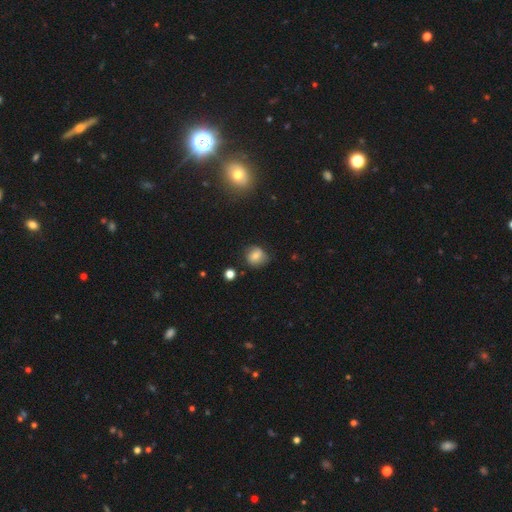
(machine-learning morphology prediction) Smooth or featured? smooth (72%)
How rounded? round (77%)
Merging? none (71%)